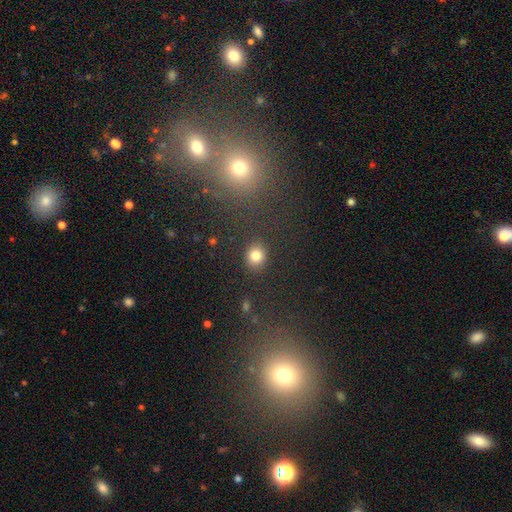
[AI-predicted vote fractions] This is clearly a smooth galaxy (82%). How rounded: likely round (76%). Merging: clearly none (88%).